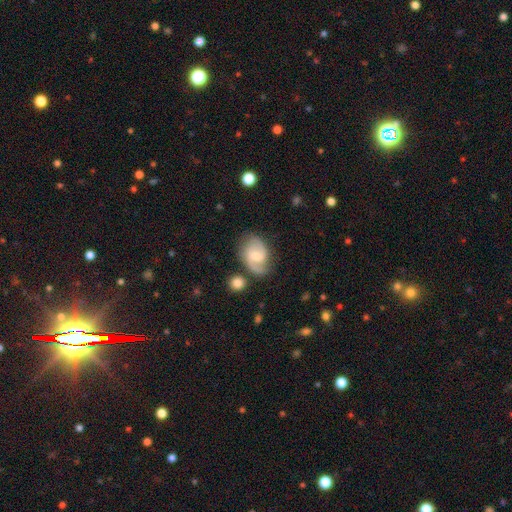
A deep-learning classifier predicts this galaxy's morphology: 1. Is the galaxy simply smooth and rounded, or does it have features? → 75% featured or disk, 18% smooth, 6% star or artifact.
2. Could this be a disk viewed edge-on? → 97% no, 3% yes.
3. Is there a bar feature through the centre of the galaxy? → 50% weak, 41% no, 8% strong.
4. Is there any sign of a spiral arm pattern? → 94% yes, 6% no.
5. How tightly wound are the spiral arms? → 52% medium, 25% loose, 23% tight.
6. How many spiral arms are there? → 82% 2, 7% 1, 7% can't tell, 2% 3, 1% 4, 1% more than 4.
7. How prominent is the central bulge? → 45% small, 43% moderate, 6% none, 4% large, 1% dominant.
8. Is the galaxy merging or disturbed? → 68% none, 19% minor disturbance, 7% major disturbance, 6% merger.